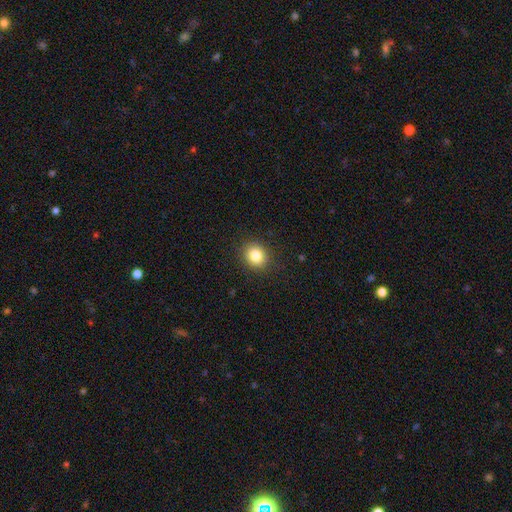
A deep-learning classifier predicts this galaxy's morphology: This appears to be a smooth galaxy with no disk features (84%) that is round (77%). Merging: none (90%).